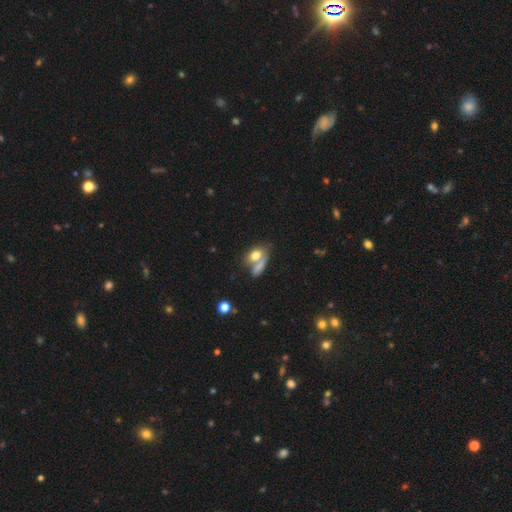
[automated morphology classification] A smooth galaxy with no disk features (74%) that is in between round and cigar-shaped (77%). Merging: merger (50%).